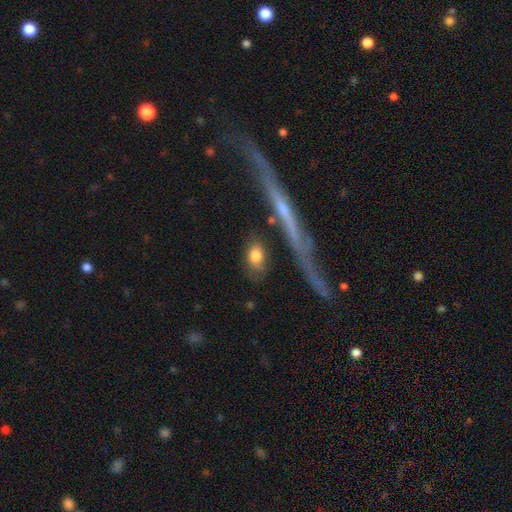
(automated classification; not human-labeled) This is likely a smooth galaxy (75%). How rounded: likely in between (69%). Merging: likely none (64%).